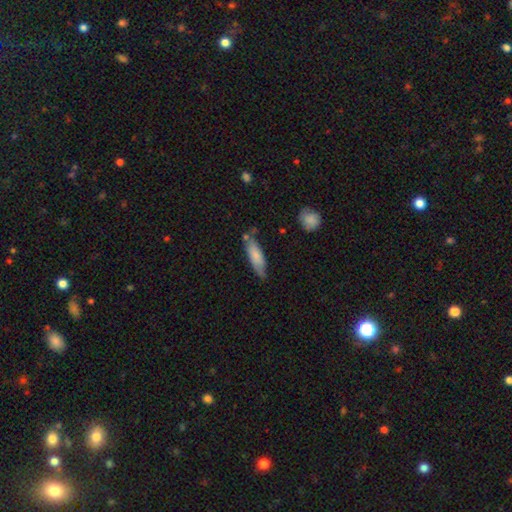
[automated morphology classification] Q: Smooth or featured?
A: smooth (77%); runner-up: featured or disk (17%)
Q: How rounded?
A: cigar-shaped (52%); runner-up: in between (46%)
Q: Merging?
A: none (63%); runner-up: minor disturbance (26%)